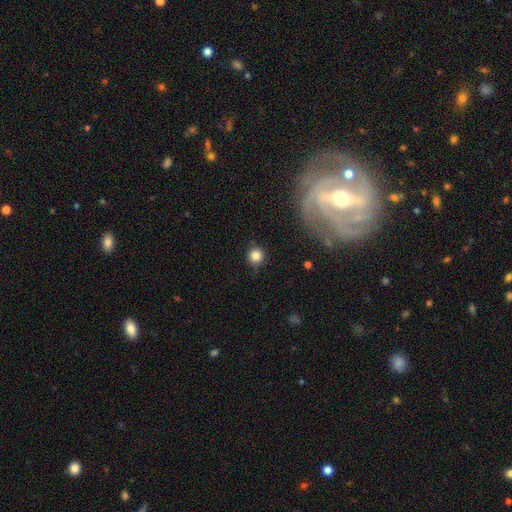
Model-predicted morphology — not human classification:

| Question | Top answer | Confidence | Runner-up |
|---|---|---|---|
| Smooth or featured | smooth | 83% | star or artifact (11%) |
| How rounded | round | 93% | in between (6%) |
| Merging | none | 84% | minor disturbance (11%) |